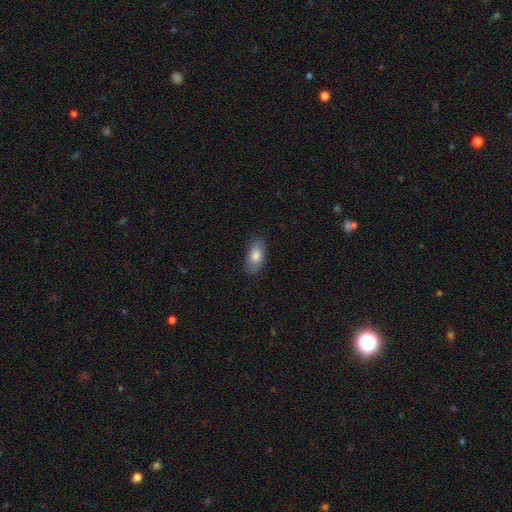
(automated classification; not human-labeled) Smooth or featured?
  - smooth: 80% *
  - featured or disk: 13%
  - star or artifact: 7%
How rounded?
  - in between: 91% *
  - cigar-shaped: 6%
  - round: 4%
Merging?
  - none: 86% *
  - minor disturbance: 11%
  - major disturbance: 2%
  - merger: 1%